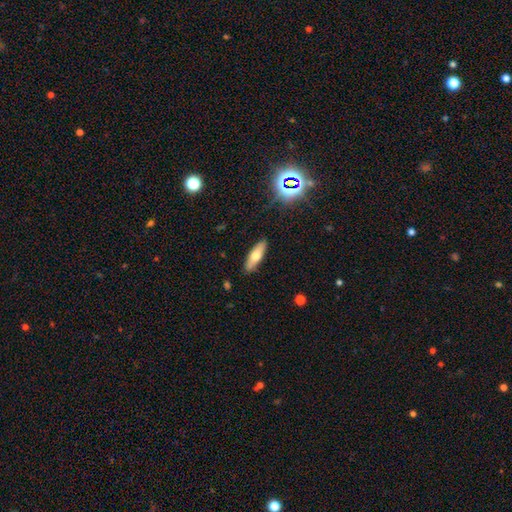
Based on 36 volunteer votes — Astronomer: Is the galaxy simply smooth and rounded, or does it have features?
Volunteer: smooth — 58% (runner-up: featured or disk, 39%).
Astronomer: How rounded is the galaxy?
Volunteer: cigar-shaped — 67%.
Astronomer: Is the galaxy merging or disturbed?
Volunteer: none — 86%.